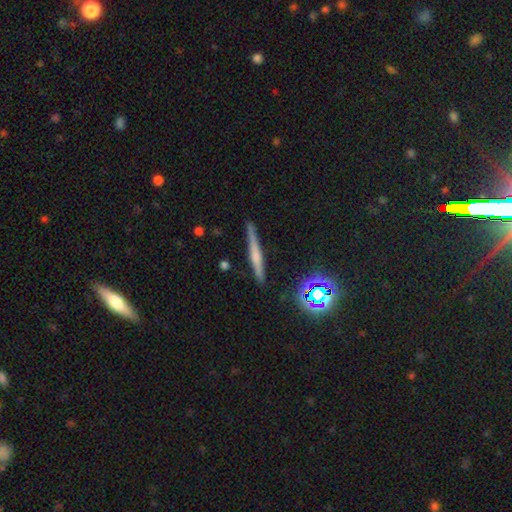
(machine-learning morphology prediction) smooth_or_featured: featured or disk (p=0.44) [alt: smooth p=0.43]
merging: none (p=0.87) [alt: minor disturbance p=0.09]